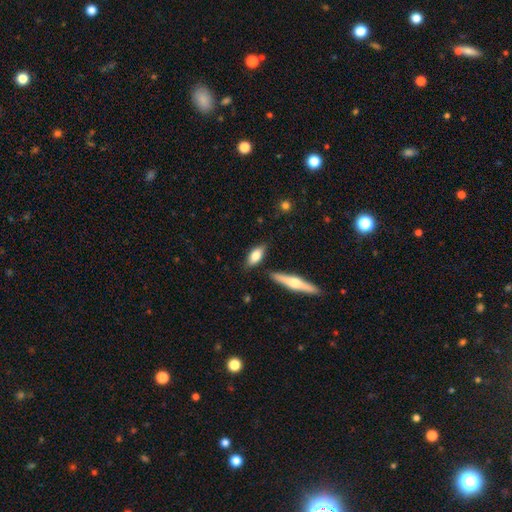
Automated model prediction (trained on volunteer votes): The model was most divided on "smooth or featured": smooth: 72%, featured or disk: 22%, star or artifact: 6%. More confident: merging — none (79%); how rounded — in between (76%).